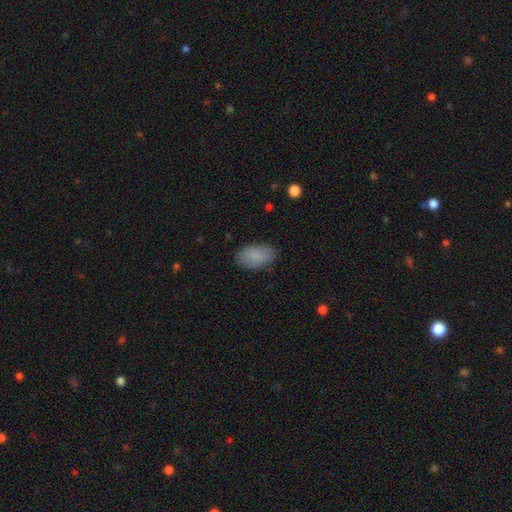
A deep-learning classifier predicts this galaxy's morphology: The model was most divided on "merging": none: 80%, minor disturbance: 15%, major disturbance: 4%, merger: 1%. More confident: how rounded — in between (93%); smooth or featured — smooth (84%).